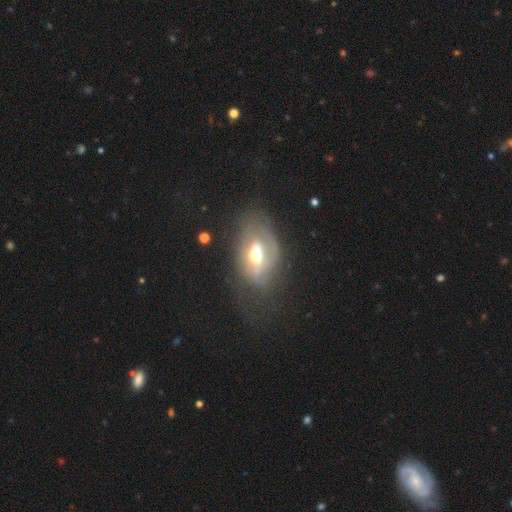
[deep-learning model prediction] Smooth or featured: featured or disk — 61% (smooth — 31%)
Edge-on disk: no — 90% (yes — 10%)
Bar: weak — 41% (no — 36%)
Spiral arms: no — 55% (yes — 45%)
Bulge size: moderate — 65% (large — 20%)
Merging: none — 41% (major disturbance — 30%)